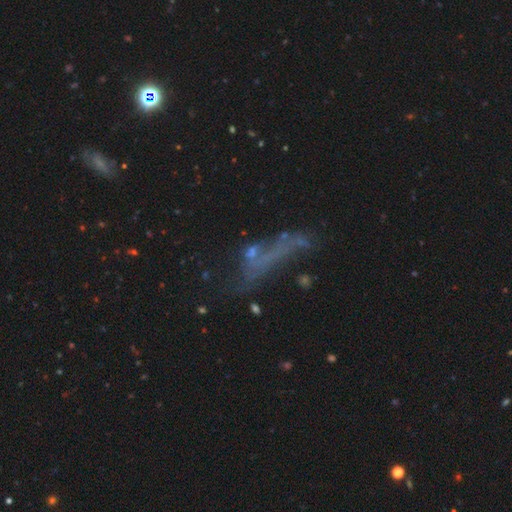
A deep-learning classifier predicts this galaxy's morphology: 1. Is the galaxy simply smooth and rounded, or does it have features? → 44% featured or disk, 32% smooth, 24% star or artifact.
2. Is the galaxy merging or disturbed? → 34% none, 32% major disturbance, 17% minor disturbance, 17% merger.